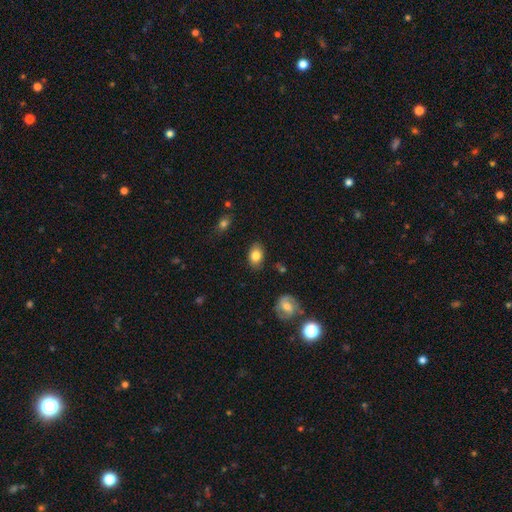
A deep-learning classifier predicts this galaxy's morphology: Overall: smooth (81%). How rounded: in between (81%). Merging: none (84%).